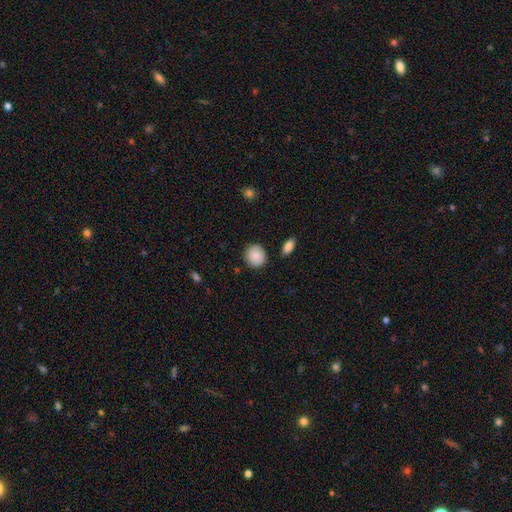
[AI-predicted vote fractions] Q: Smooth or featured?
A: smooth (88%); runner-up: star or artifact (7%)
Q: How rounded?
A: round (86%); runner-up: in between (13%)
Q: Merging?
A: none (87%); runner-up: minor disturbance (9%)